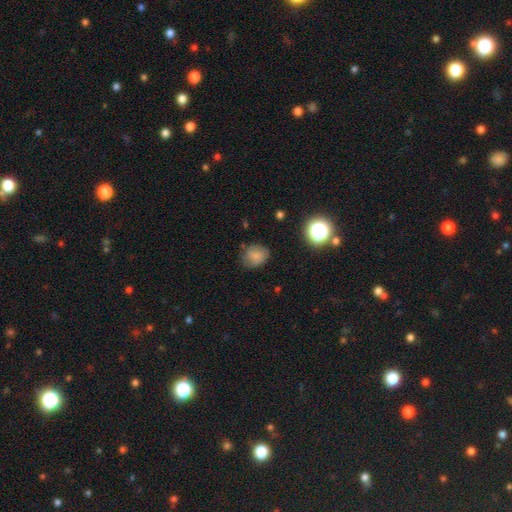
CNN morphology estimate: smooth 74%, featured or disk 13%, star or artifact 13%. Down the decision tree: how rounded — round (62%); merging — none (68%).